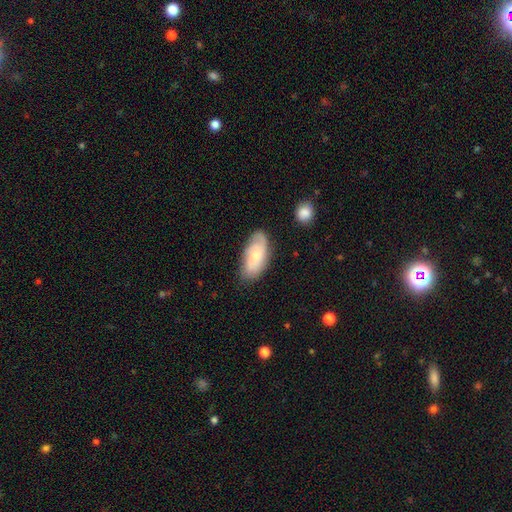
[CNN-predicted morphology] The model was most divided on "smooth or featured": smooth: 51%, featured or disk: 43%, star or artifact: 7%. More confident: how rounded — in between (91%); merging — none (72%).